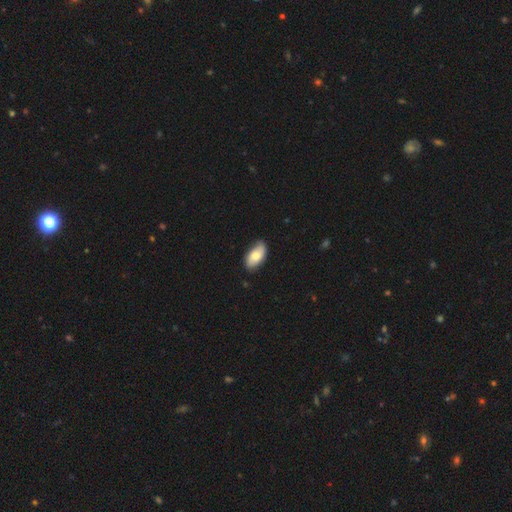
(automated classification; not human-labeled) smooth_or_featured: smooth (p=0.67) [alt: featured or disk p=0.27]
how_rounded: in between (p=0.94) [alt: round p=0.03]
merging: none (p=0.76) [alt: minor disturbance p=0.20]